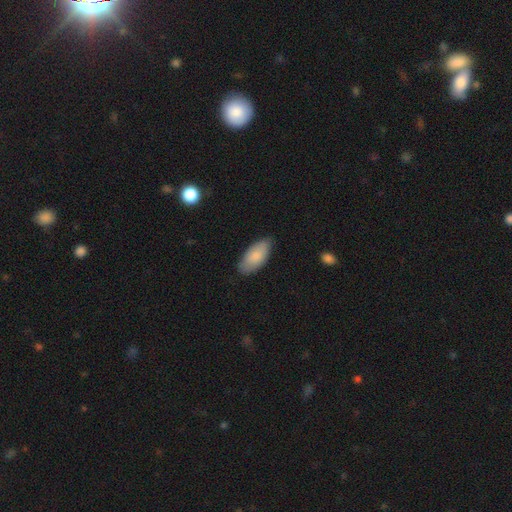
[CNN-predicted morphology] Smooth or featured: smooth — 85% (featured or disk — 9%)
How rounded: in between — 91% (cigar-shaped — 7%)
Merging: none — 80% (minor disturbance — 17%)